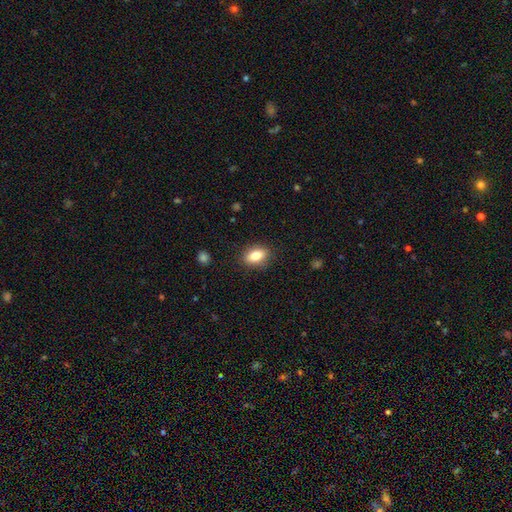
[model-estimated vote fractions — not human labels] Smooth or featured: smooth — 81% (featured or disk — 11%)
How rounded: in between — 83% (round — 13%)
Merging: none — 87% (minor disturbance — 10%)